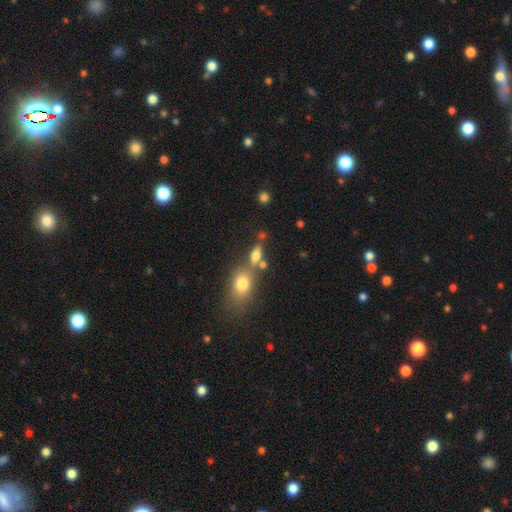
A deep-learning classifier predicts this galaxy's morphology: Smooth or featured? Predicted: smooth (p=0.64). How rounded? Predicted: in between (p=0.63). Merging? Predicted: none (p=0.53).